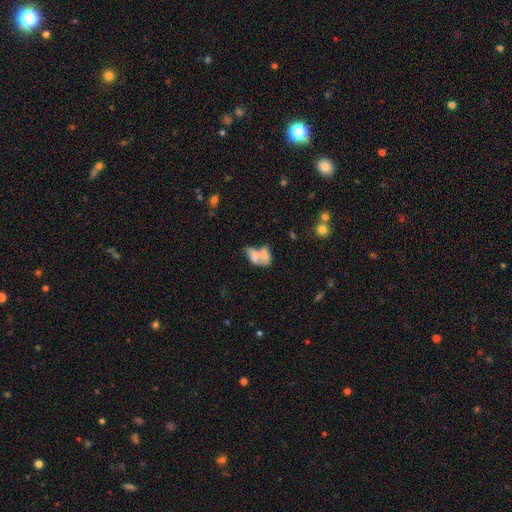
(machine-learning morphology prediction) Smooth or featured? Predicted: smooth (p=0.61). How rounded? Predicted: in between (p=0.86). Merging? Predicted: merger (p=0.71).